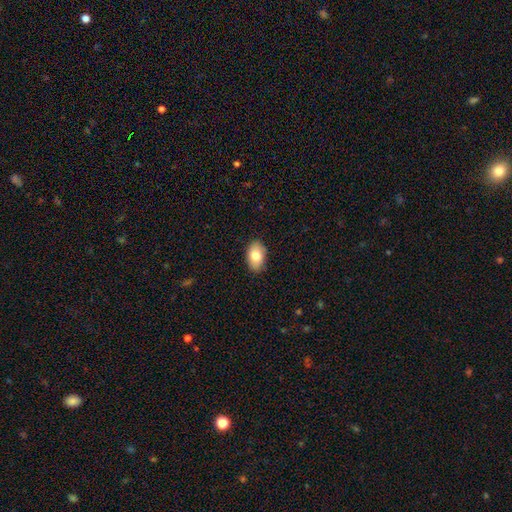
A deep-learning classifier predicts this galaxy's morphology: smooth_or_featured: smooth (p=0.81) [alt: featured or disk p=0.12]
how_rounded: in between (p=0.91) [alt: round p=0.08]
merging: none (p=0.87) [alt: minor disturbance p=0.10]